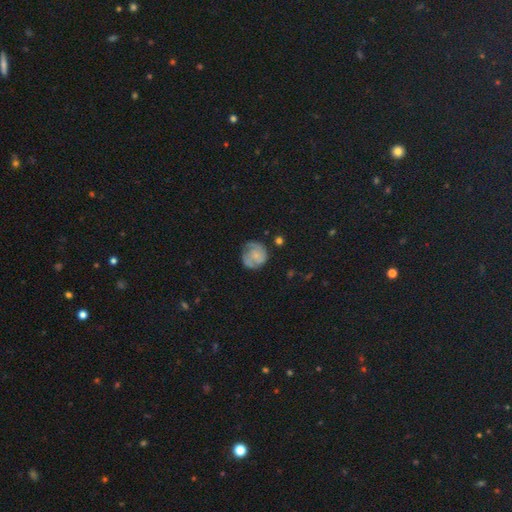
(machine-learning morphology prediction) Smooth or featured?
  - featured or disk: 54% *
  - smooth: 38%
  - star or artifact: 7%
Edge-on disk?
  - no: 98% *
  - yes: 2%
Bar?
  - no: 78% *
  - weak: 19%
  - strong: 3%
Spiral arms?
  - yes: 81% *
  - no: 19%
Bulge size?
  - small: 68% *
  - moderate: 17%
  - none: 12%
  - large: 1%
  - dominant: 1%
Merging?
  - none: 64% *
  - minor disturbance: 24%
  - major disturbance: 9%
  - merger: 3%